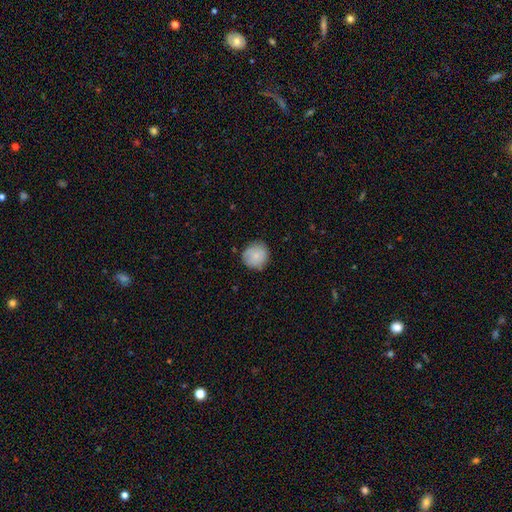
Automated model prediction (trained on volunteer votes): Smooth or featured? smooth (80%)
How rounded? round (90%)
Merging? none (80%)